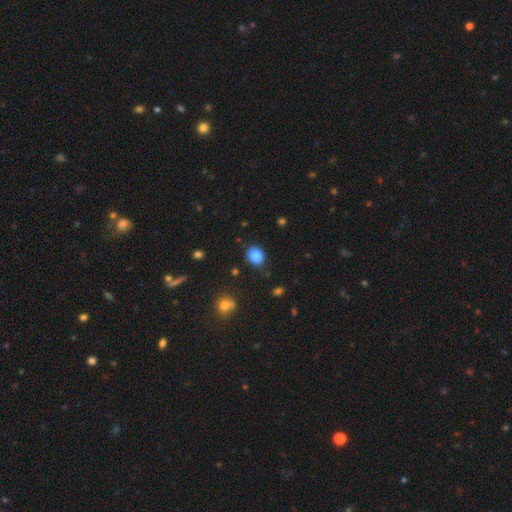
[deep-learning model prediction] Q: Smooth or featured?
A: smooth (85%); runner-up: star or artifact (10%)
Q: How rounded?
A: round (68%); runner-up: in between (31%)
Q: Merging?
A: none (81%); runner-up: minor disturbance (13%)